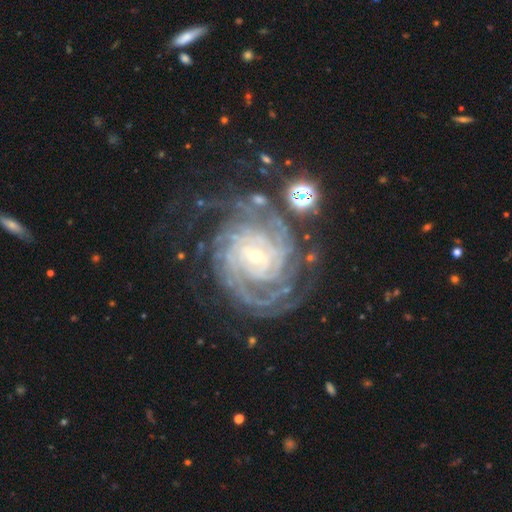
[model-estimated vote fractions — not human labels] smooth-or-featured: featured or disk: 91% | star or artifact: 6% | smooth: 4%
  disk-edge-on: no: 97% | yes: 3%
    bar: no: 52% | weak: 35% | strong: 13%
    has-spiral-arms: yes: 98% | no: 2%
      spiral-winding: tight: 76% | medium: 20% | loose: 4%
      spiral-arm-count: can't tell: 25% | 4: 21% | more than 4: 18% | 3: 15% | 2: 14% | 1: 8%
    bulge-size: small: 76% | moderate: 19% | large: 2% | none: 2% | dominant: 1%
  merging: none: 65% | minor disturbance: 18% | major disturbance: 14% | merger: 3%